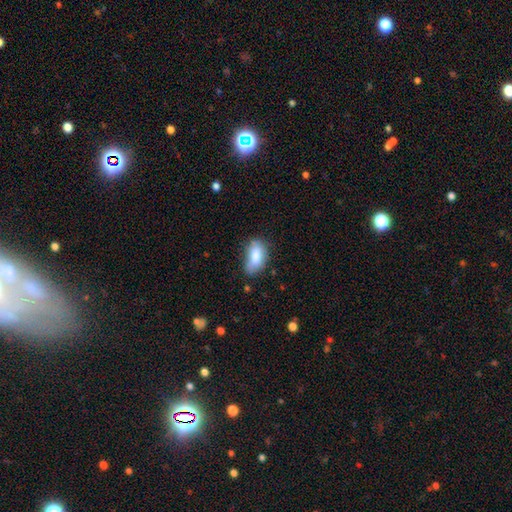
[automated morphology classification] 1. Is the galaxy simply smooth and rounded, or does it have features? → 79% smooth, 13% featured or disk, 7% star or artifact.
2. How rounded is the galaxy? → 91% in between, 5% round, 4% cigar-shaped.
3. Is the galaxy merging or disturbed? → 57% none, 31% minor disturbance, 8% major disturbance, 4% merger.